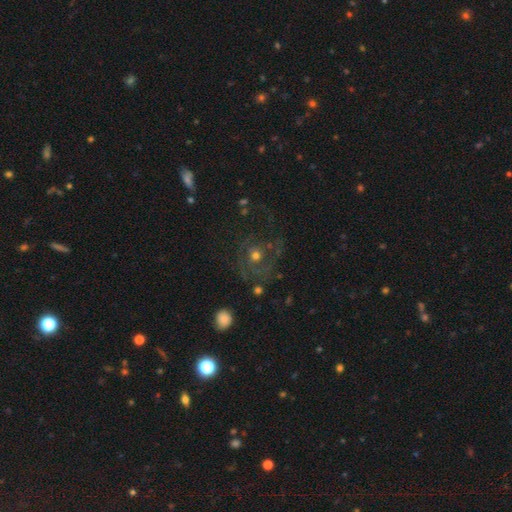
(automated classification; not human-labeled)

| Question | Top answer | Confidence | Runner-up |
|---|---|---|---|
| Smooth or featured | featured or disk | 50% | smooth (33%) |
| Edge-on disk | no | 97% | yes (3%) |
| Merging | none | 56% | major disturbance (24%) |